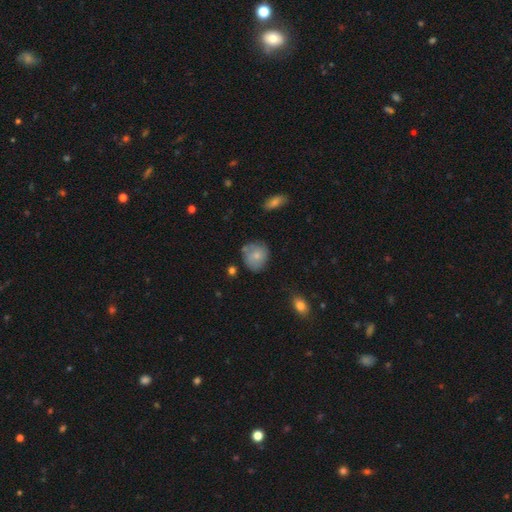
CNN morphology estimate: Q: Smooth or featured?
A: smooth (75%); runner-up: featured or disk (18%)
Q: How rounded?
A: round (77%); runner-up: in between (22%)
Q: Merging?
A: none (63%); runner-up: minor disturbance (26%)